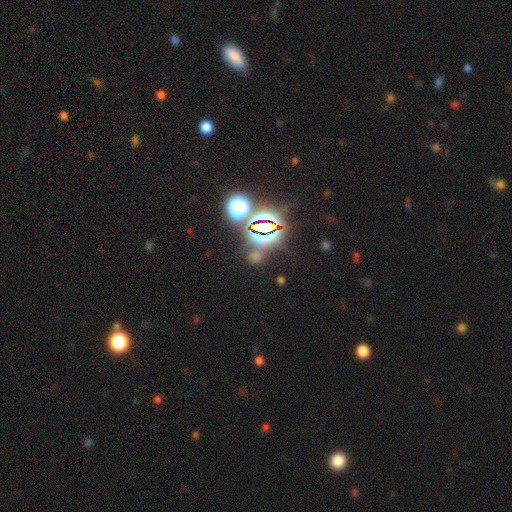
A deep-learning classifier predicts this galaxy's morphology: A star or artifact, not a galaxy (68%).

Vote fractions:
- Smooth or featured? star or artifact: 68% / smooth: 24% / featured or disk: 8%